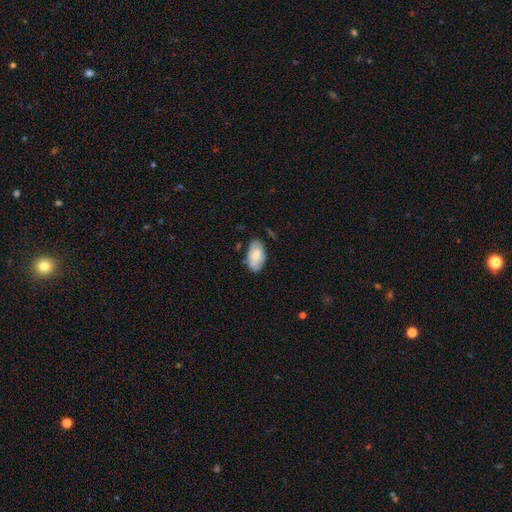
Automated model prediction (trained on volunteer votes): Smooth or featured: smooth — 74% (featured or disk — 20%)
How rounded: in between — 94% (round — 4%)
Merging: none — 68% (minor disturbance — 23%)